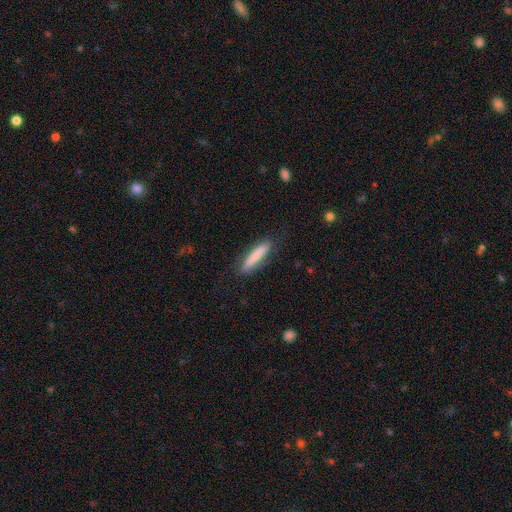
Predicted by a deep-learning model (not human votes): Smooth or featured: smooth — 77% (featured or disk — 17%)
How rounded: cigar-shaped — 85% (in between — 13%)
Merging: none — 82% (minor disturbance — 13%)